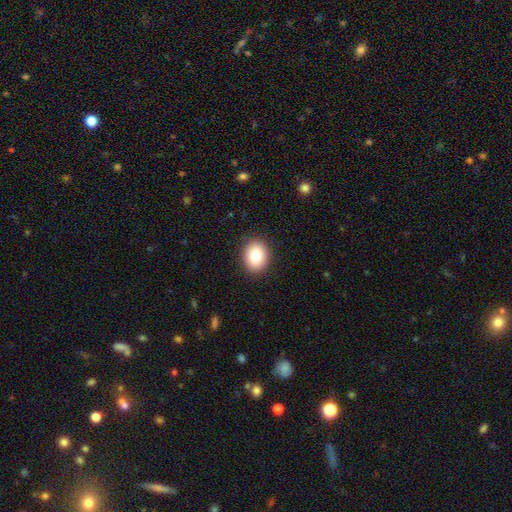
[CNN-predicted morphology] Smooth or featured: smooth — 81% (featured or disk — 9%)
How rounded: round — 51% (in between — 48%)
Merging: none — 90% (minor disturbance — 7%)